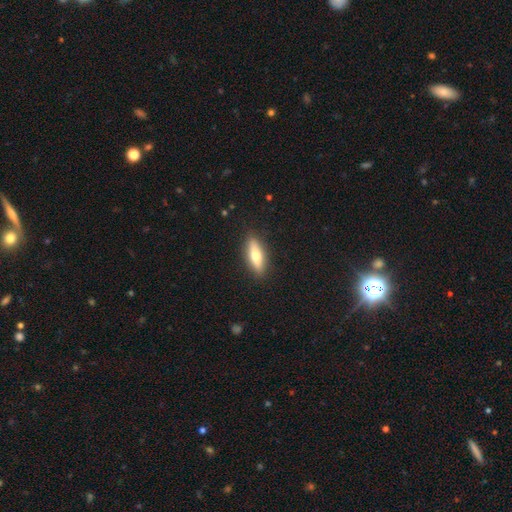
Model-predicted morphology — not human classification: A smooth galaxy with no disk features (62%) that is in between round and cigar-shaped (50%).

Vote fractions:
- Smooth or featured? smooth: 62% / featured or disk: 31% / star or artifact: 6%
- How rounded? in between: 50% / cigar-shaped: 48% / round: 2%
- Merging? none: 88% / minor disturbance: 8% / major disturbance: 2% / merger: 1%